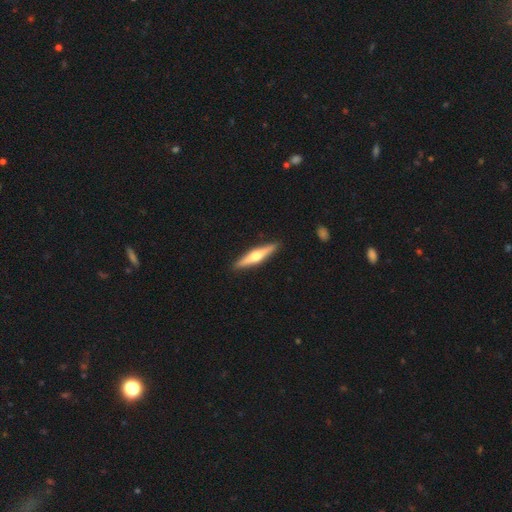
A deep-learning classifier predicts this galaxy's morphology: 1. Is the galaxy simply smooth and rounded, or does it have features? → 67% featured or disk, 28% smooth, 5% star or artifact.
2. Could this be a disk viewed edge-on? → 97% yes, 3% no.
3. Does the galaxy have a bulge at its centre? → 94% rounded, 3% boxy, 3% none.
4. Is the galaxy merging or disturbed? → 92% none, 6% minor disturbance, 1% major disturbance, 1% merger.